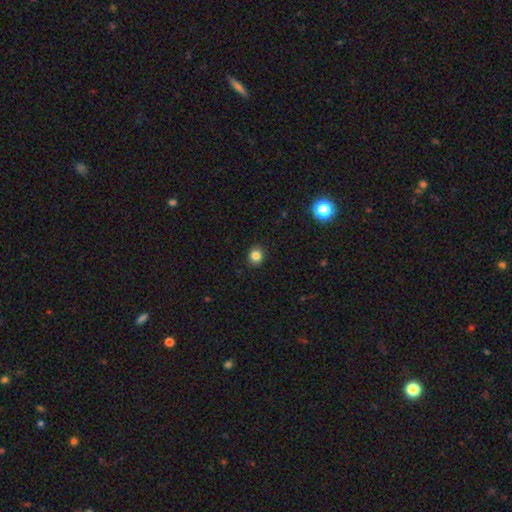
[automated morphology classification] A smooth galaxy with no disk features (84%) that is round (83%). Merging: none (91%).